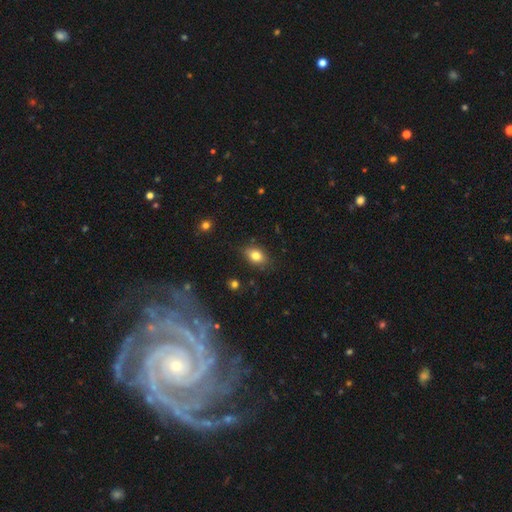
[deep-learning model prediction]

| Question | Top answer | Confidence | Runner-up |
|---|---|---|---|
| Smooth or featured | smooth | 81% | featured or disk (10%) |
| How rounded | in between | 81% | round (17%) |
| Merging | none | 82% | minor disturbance (14%) |